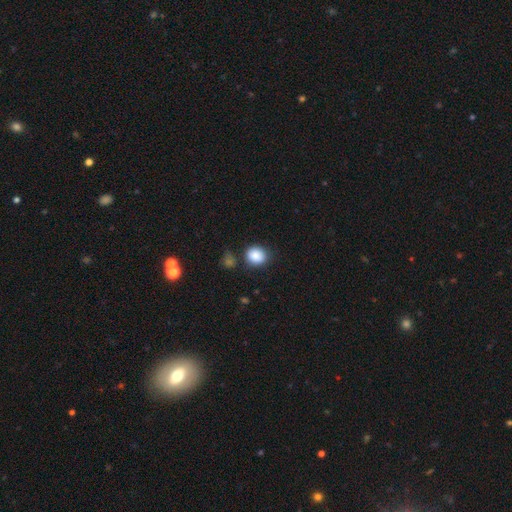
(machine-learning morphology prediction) Q: Smooth or featured?
A: smooth (87%); runner-up: star or artifact (9%)
Q: How rounded?
A: round (71%); runner-up: in between (28%)
Q: Merging?
A: none (72%); runner-up: minor disturbance (16%)